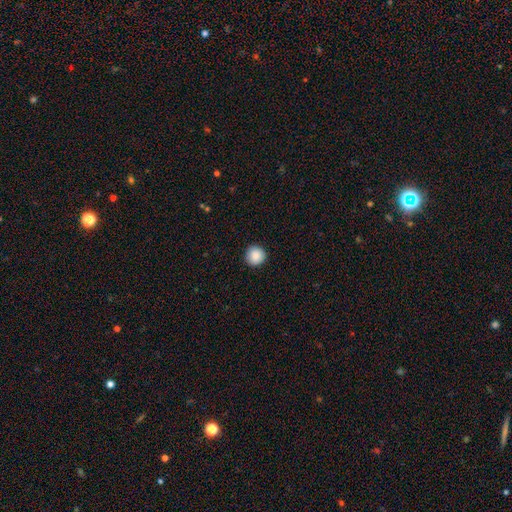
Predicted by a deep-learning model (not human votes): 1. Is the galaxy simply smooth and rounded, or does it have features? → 89% smooth, 8% star or artifact, 3% featured or disk.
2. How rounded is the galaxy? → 95% round, 4% in between, 1% cigar-shaped.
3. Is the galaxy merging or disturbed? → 92% none, 6% minor disturbance, 2% major disturbance, 1% merger.